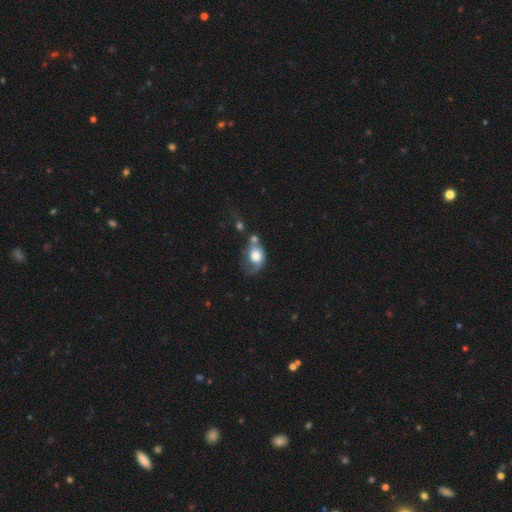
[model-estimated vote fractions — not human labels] smooth-or-featured: smooth: 63% | featured or disk: 29% | star or artifact: 8%
  how-rounded: in between: 62% | round: 36% | cigar-shaped: 2%
  merging: merger: 31% | major disturbance: 25% | none: 23% | minor disturbance: 21%